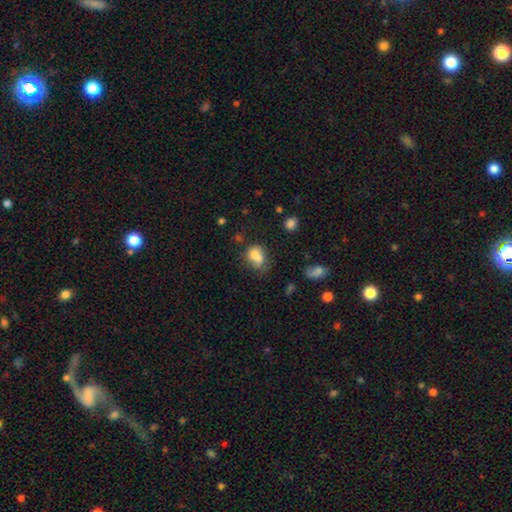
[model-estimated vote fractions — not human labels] Smooth or featured?
  - smooth: 72% *
  - featured or disk: 17%
  - star or artifact: 11%
How rounded?
  - in between: 67% *
  - round: 32%
  - cigar-shaped: 2%
Merging?
  - none: 32% *
  - merger: 31%
  - minor disturbance: 23%
  - major disturbance: 14%